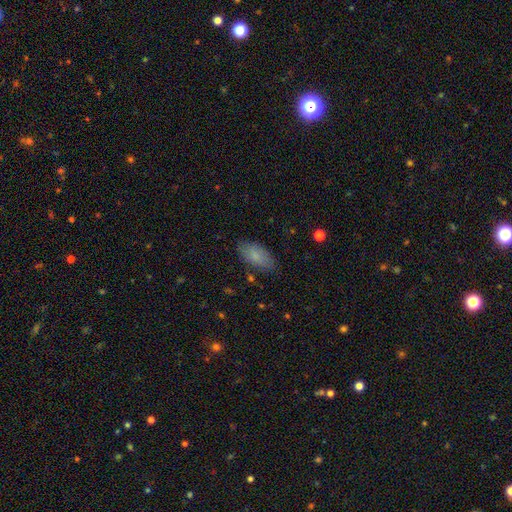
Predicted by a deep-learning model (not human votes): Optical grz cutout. It shows a smooth galaxy with no disk features (82%) that is in between round and cigar-shaped (90%). Merging: none (81%).